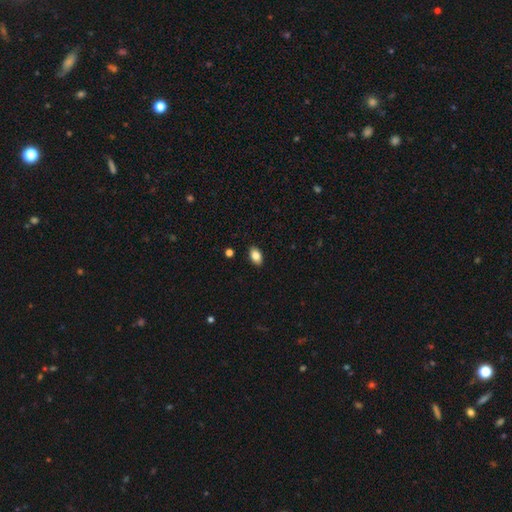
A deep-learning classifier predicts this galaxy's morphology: This appears to be a smooth galaxy with no disk features (84%) that is in between round and cigar-shaped (90%). Merging: none (89%).